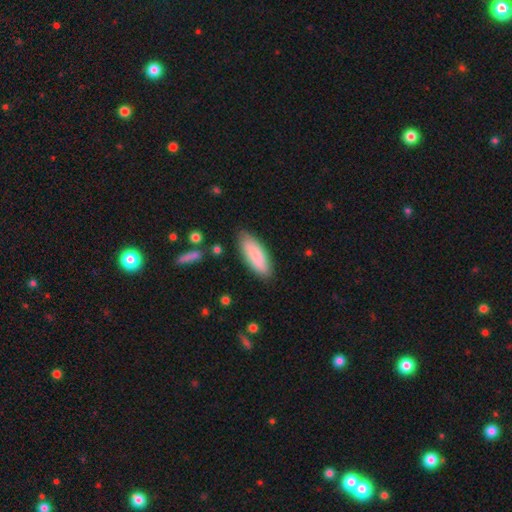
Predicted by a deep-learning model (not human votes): The model was most divided on "how rounded": in between: 61%, cigar-shaped: 37%, round: 2%. More confident: smooth or featured — smooth (84%); merging — none (82%).